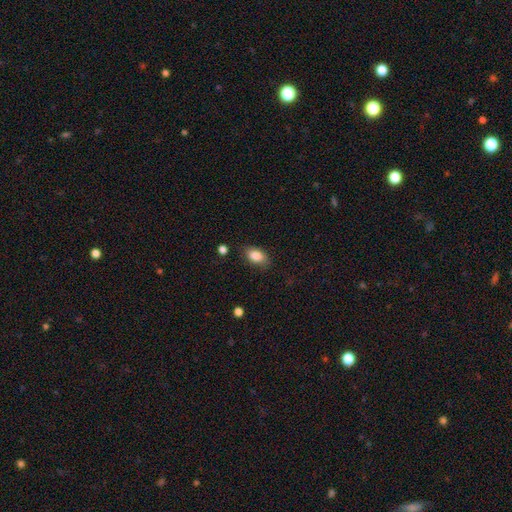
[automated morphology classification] Smooth or featured: smooth — 86% (star or artifact — 8%)
How rounded: in between — 87% (round — 11%)
Merging: none — 80% (minor disturbance — 15%)